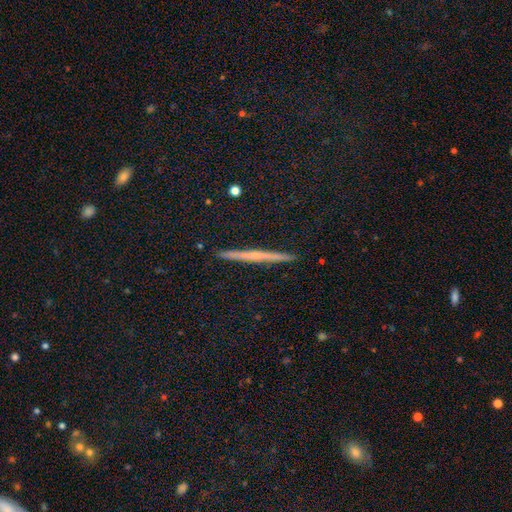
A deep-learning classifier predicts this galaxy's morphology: The model was most divided on "edge-on bulge": none: 57%, rounded: 34%, boxy: 9%. More confident: edge-on disk — yes (96%); merging — none (92%); smooth or featured — featured or disk (53%).